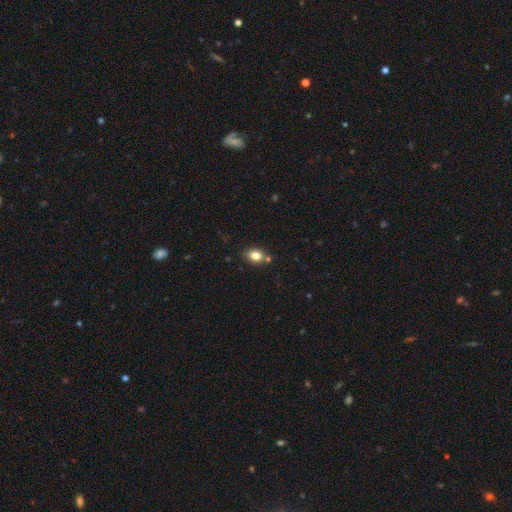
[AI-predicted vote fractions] smooth_or_featured: smooth (p=0.79) [alt: star or artifact p=0.11]
how_rounded: in between (p=0.66) [alt: round p=0.32]
merging: none (p=0.73) [alt: minor disturbance p=0.14]